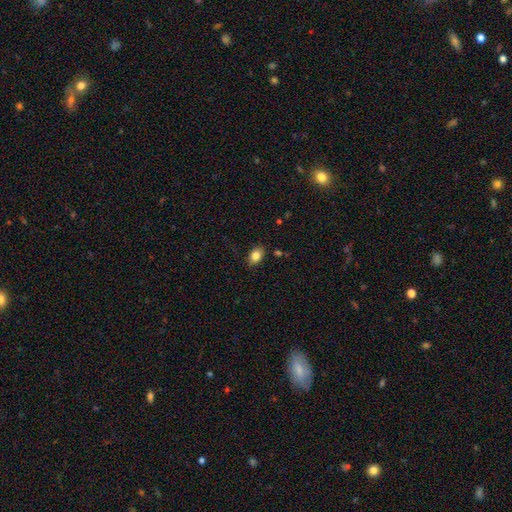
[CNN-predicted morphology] Smooth or featured? Predicted: smooth (p=0.83). How rounded? Predicted: in between (p=0.84). Merging? Predicted: none (p=0.86).